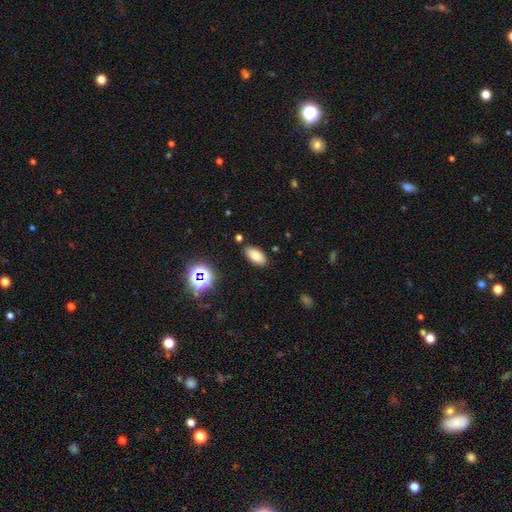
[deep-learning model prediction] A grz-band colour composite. It shows a smooth galaxy with no disk features (79%) that is in between round and cigar-shaped (92%). Merging: none (84%).